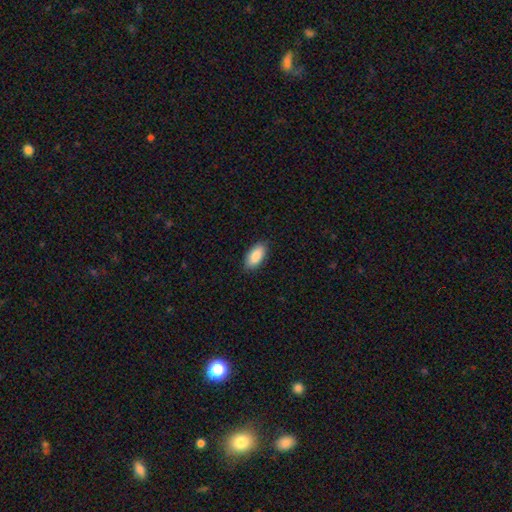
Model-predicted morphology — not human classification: Smooth or featured?
  - smooth: 87% *
  - featured or disk: 7%
  - star or artifact: 6%
How rounded?
  - in between: 93% *
  - cigar-shaped: 5%
  - round: 2%
Merging?
  - none: 86% *
  - minor disturbance: 11%
  - major disturbance: 2%
  - merger: 1%